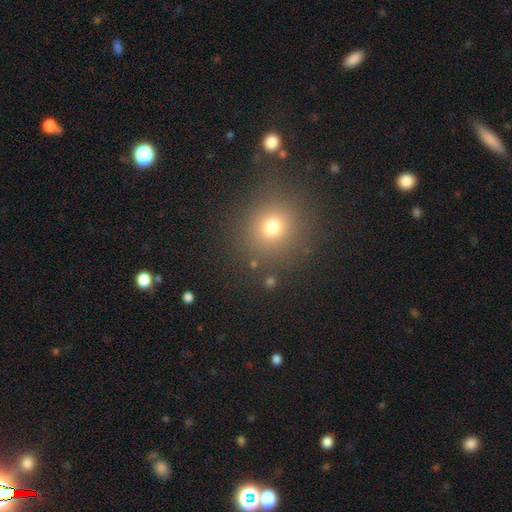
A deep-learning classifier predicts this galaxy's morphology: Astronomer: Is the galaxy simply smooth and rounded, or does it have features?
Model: smooth — 64%.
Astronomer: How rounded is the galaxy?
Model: round — 91%.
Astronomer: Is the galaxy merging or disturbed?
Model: none — 88%.